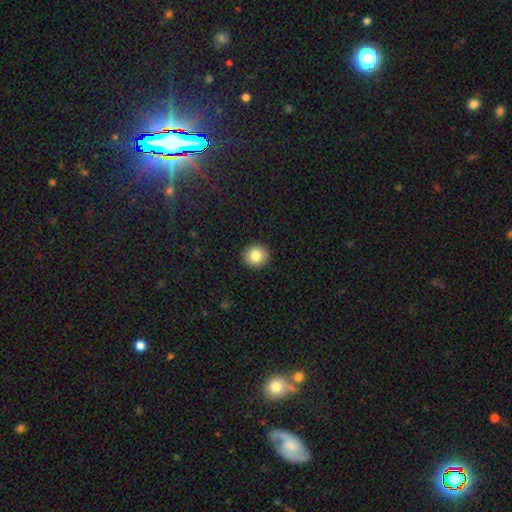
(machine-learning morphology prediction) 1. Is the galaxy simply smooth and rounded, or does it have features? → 83% smooth, 9% star or artifact, 8% featured or disk.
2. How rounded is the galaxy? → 89% round, 10% in between, 1% cigar-shaped.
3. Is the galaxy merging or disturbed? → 92% none, 5% minor disturbance, 2% major disturbance, 1% merger.